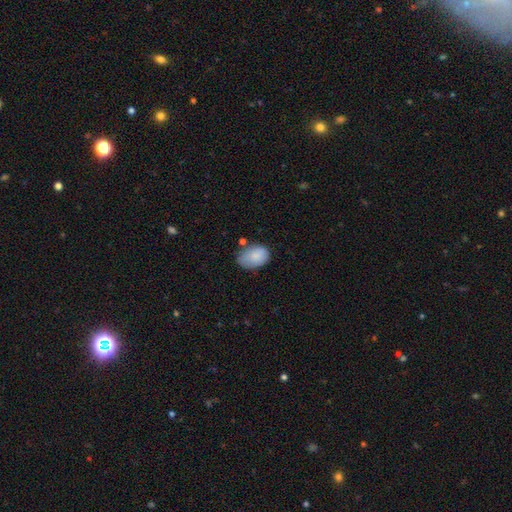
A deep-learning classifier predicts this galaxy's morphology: A smooth galaxy with no disk features (85%) that is in between round and cigar-shaped (82%). Merging: none (58%).